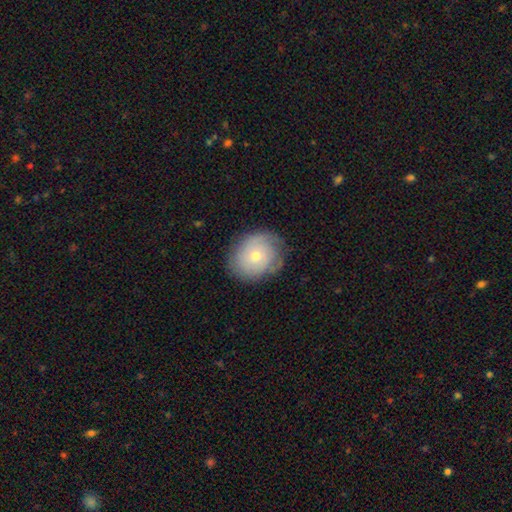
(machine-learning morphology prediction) Q: Smooth or featured?
A: featured or disk (48%); runner-up: smooth (43%)
Q: Merging?
A: none (75%); runner-up: minor disturbance (18%)